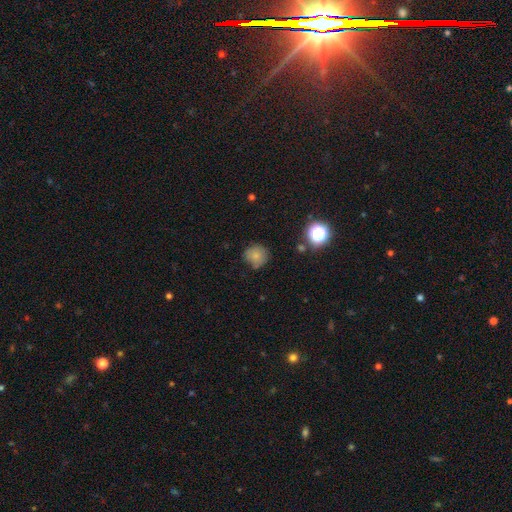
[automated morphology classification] Smooth or featured?
  - smooth: 77% *
  - star or artifact: 15%
  - featured or disk: 8%
How rounded?
  - round: 90% *
  - in between: 9%
  - cigar-shaped: 1%
Merging?
  - none: 72% *
  - minor disturbance: 20%
  - major disturbance: 5%
  - merger: 4%